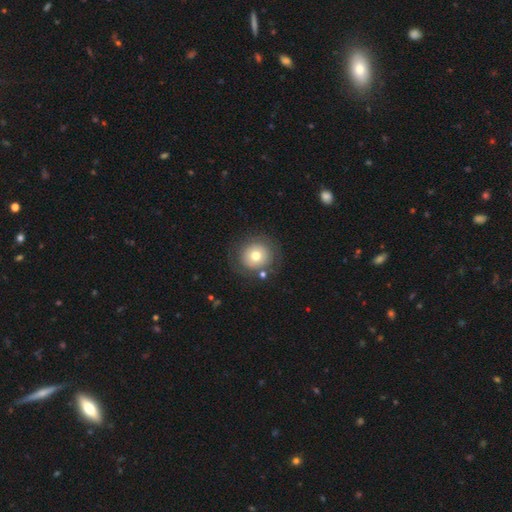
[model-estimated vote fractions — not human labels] Smooth or featured?
  - smooth: 64% *
  - featured or disk: 27%
  - star or artifact: 9%
How rounded?
  - round: 91% *
  - in between: 8%
  - cigar-shaped: 1%
Merging?
  - none: 77% *
  - minor disturbance: 12%
  - major disturbance: 7%
  - merger: 4%